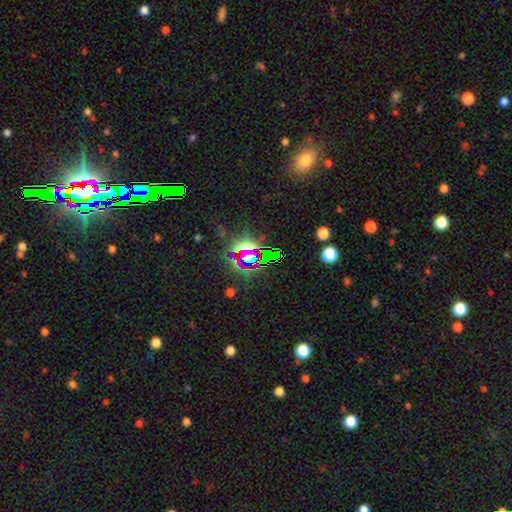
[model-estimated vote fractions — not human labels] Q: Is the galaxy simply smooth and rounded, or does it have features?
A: star or artifact — 79%.